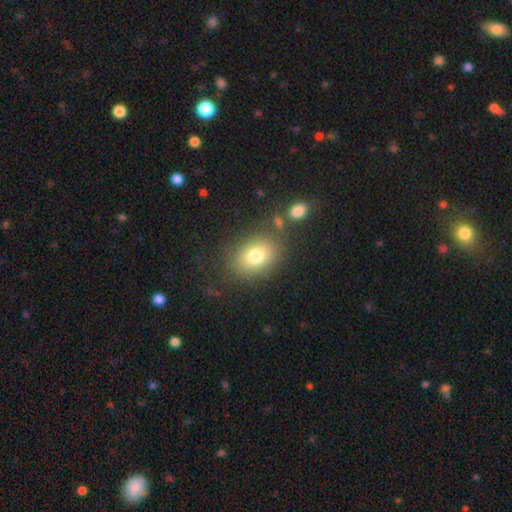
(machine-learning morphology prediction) smooth 77%, featured or disk 13%, star or artifact 10%. Down the decision tree: how rounded — in between (67%); merging — none (76%).